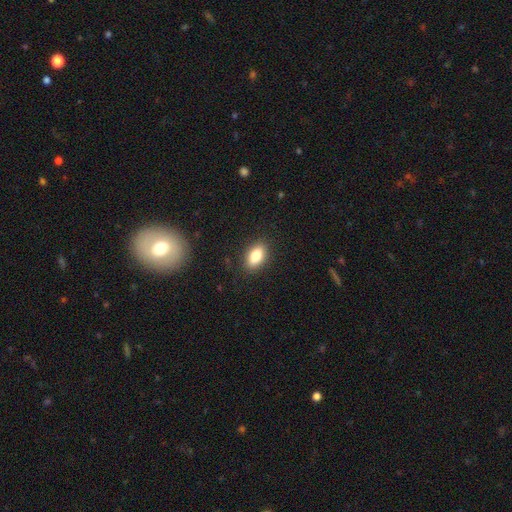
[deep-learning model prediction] The model was most divided on "smooth or featured": smooth: 82%, featured or disk: 10%, star or artifact: 8%. More confident: merging — none (87%); how rounded — in between (87%).